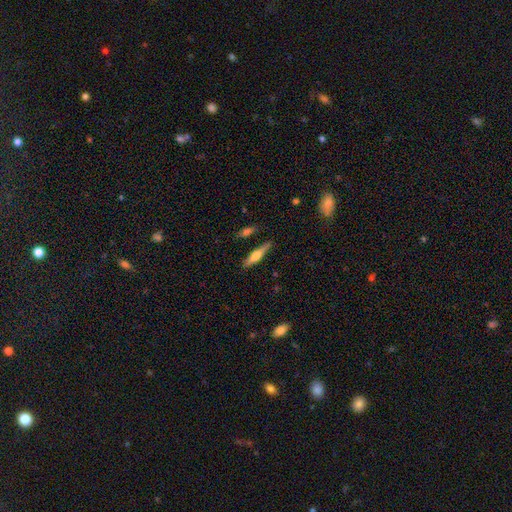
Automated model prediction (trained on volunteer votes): Overall: featured or disk (49%; smooth 45%). Merging: none (82%).